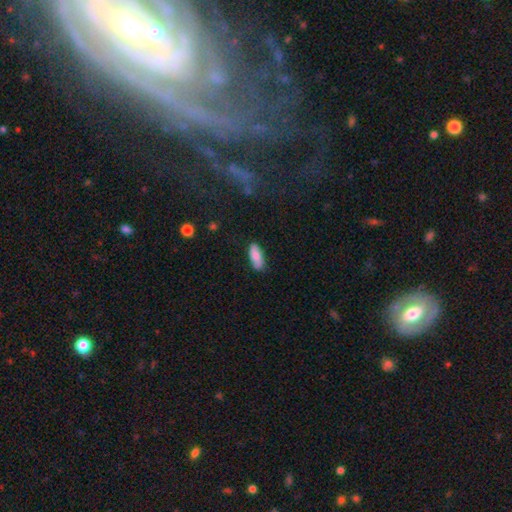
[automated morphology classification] Smooth or featured: smooth — 80% (featured or disk — 14%)
How rounded: in between — 75% (cigar-shaped — 23%)
Merging: none — 82% (minor disturbance — 14%)